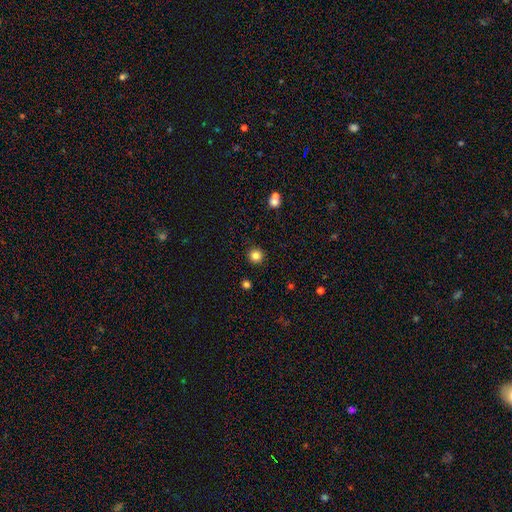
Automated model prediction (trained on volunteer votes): A smooth galaxy with no disk features (83%) that is round (95%). Merging: none (93%).